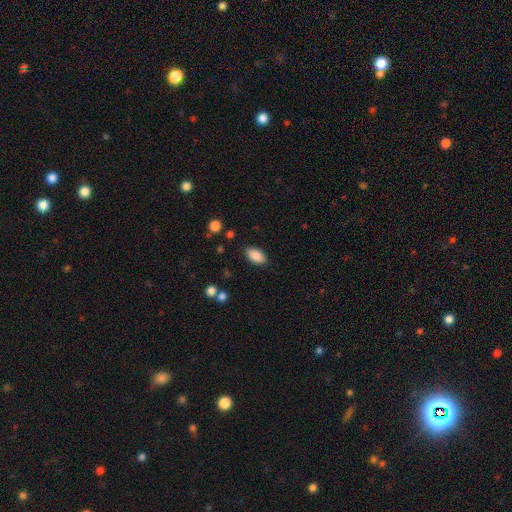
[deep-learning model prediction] A smooth galaxy with no disk features (87%) that is in between round and cigar-shaped (93%). Merging: none (86%).